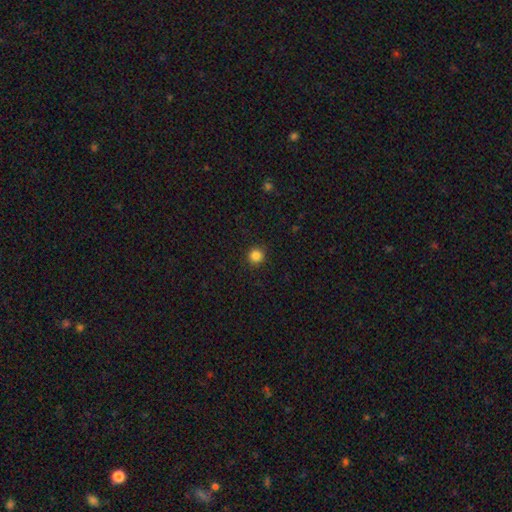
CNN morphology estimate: type=smooth (85%); roundness=round (95%); merging=none (91%).